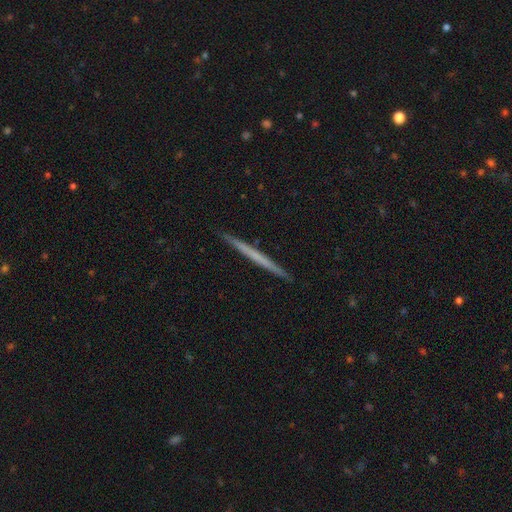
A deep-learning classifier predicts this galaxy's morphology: Q: Smooth or featured?
A: featured or disk (50%); runner-up: smooth (45%)
Q: Edge-on disk?
A: yes (98%); runner-up: no (2%)
Q: Merging?
A: none (93%); runner-up: minor disturbance (5%)